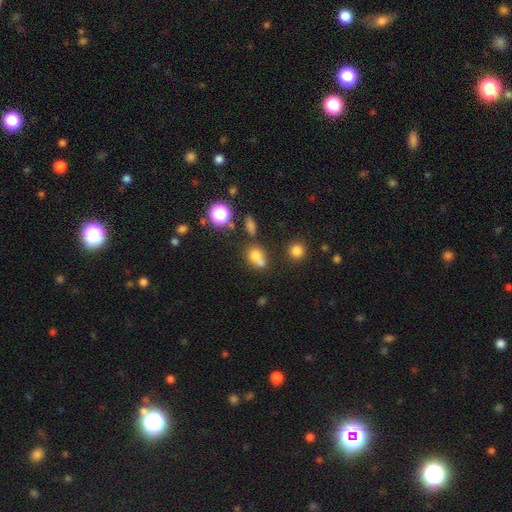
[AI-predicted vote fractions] Smooth or featured? Predicted: smooth (p=0.71). How rounded? Predicted: round (p=0.65). Merging? Predicted: merger (p=0.48).